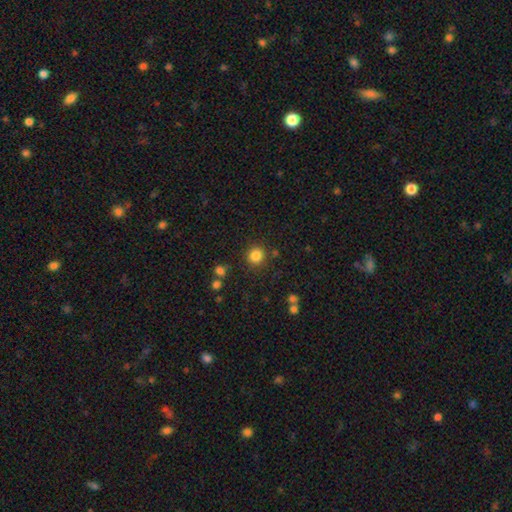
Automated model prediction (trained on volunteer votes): Smooth or featured? Predicted: smooth (p=0.84). How rounded? Predicted: round (p=0.91). Merging? Predicted: none (p=0.85).